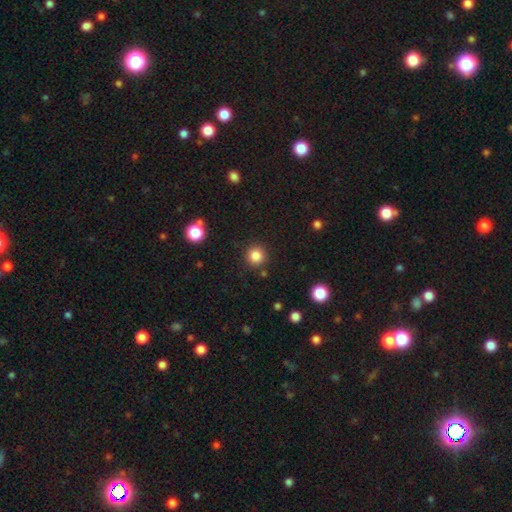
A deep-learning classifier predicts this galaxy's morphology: smooth-or-featured: smooth: 84% | star or artifact: 12% | featured or disk: 4%
  how-rounded: round: 93% | in between: 6% | cigar-shaped: 1%
  merging: none: 88% | minor disturbance: 7% | major disturbance: 3% | merger: 3%